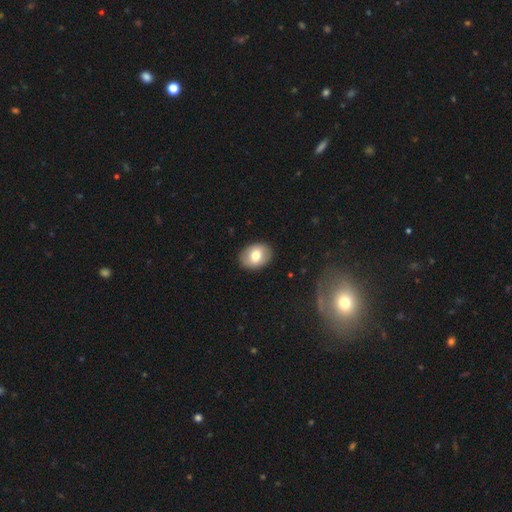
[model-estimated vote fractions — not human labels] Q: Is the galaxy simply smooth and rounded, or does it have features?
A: smooth — 73%.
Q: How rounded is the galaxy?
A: in between — 70%.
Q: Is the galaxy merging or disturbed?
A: none — 89%.